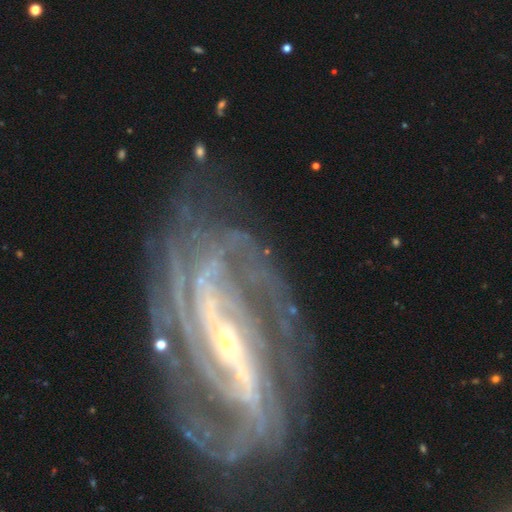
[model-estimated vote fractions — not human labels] The model was most divided on "spiral winding": tight: 50%, medium: 39%, loose: 11%. Remaining: spiral arms — yes (98%); edge-on disk — no (95%); smooth or featured — featured or disk (91%); bulge size — small (72%); merging — none (71%); bar — strong (57%); spiral arm count — 2 (32%).